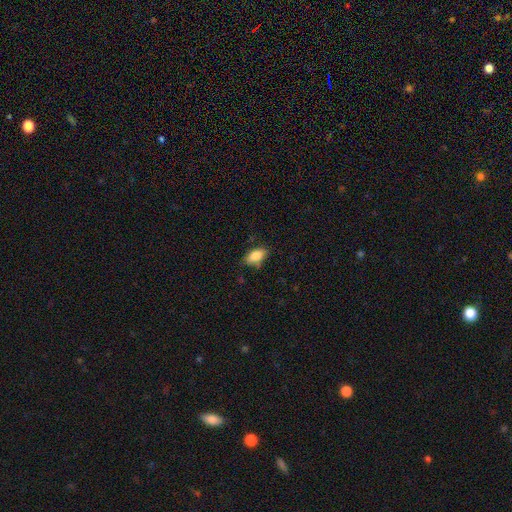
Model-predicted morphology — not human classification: smooth-or-featured: smooth: 83% | featured or disk: 9% | star or artifact: 8%
  how-rounded: in between: 89% | round: 6% | cigar-shaped: 5%
  merging: none: 72% | minor disturbance: 22% | major disturbance: 4% | merger: 2%